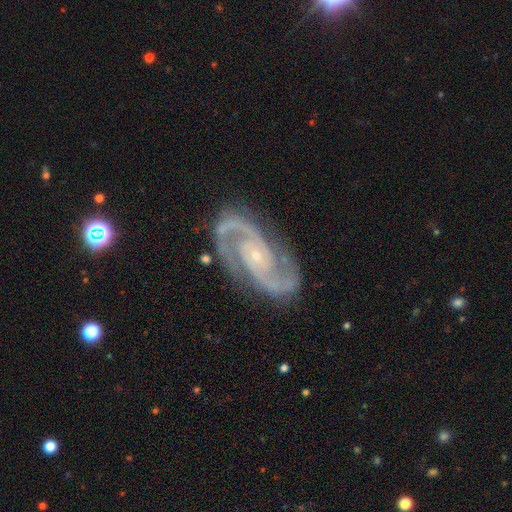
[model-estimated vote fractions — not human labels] This is clearly a featured or disk galaxy (93%). It is clearly not viewed edge-on (97%). Bar: likely no (62%). Spiral arm pattern: clearly yes (99%). Spiral arm count: clearly 2 (92%). Spiral winding: possibly medium (54%). Central bulge: clearly small (82%). Merging: clearly none (82%).